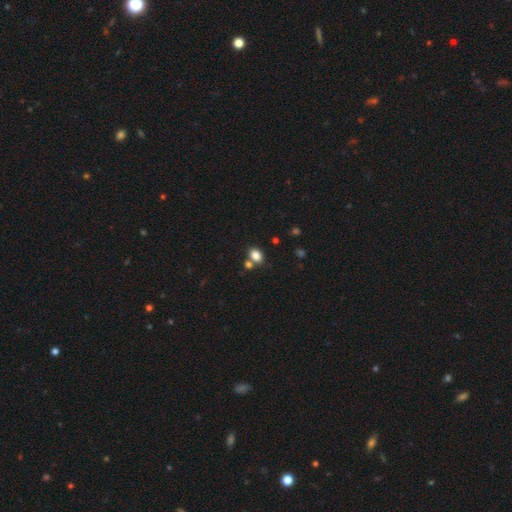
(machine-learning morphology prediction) Overall: smooth (84%). How rounded: in between (71%). Merging: none (64%).